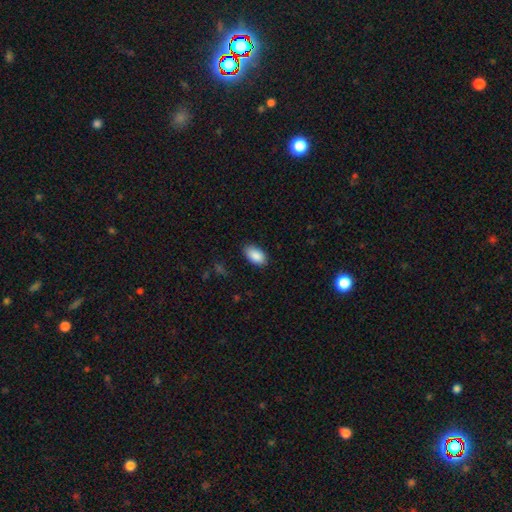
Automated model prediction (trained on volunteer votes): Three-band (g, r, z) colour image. It shows a smooth galaxy with no disk features (89%) that is in between round and cigar-shaped (94%). Merging: none (82%).